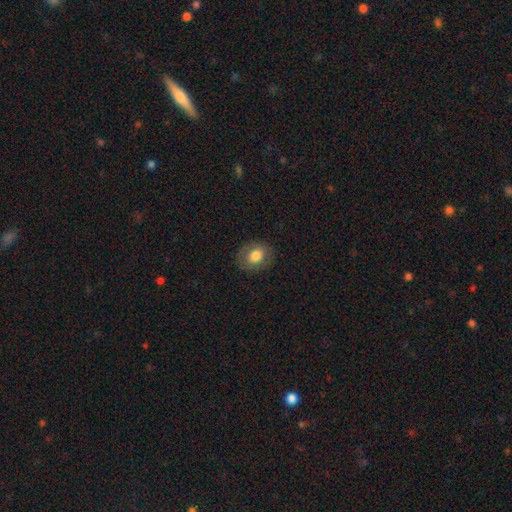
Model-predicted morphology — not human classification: smooth_or_featured: smooth (p=0.76) [alt: featured or disk p=0.15]
how_rounded: in between (p=0.52) [alt: round p=0.47]
merging: none (p=0.83) [alt: minor disturbance p=0.11]